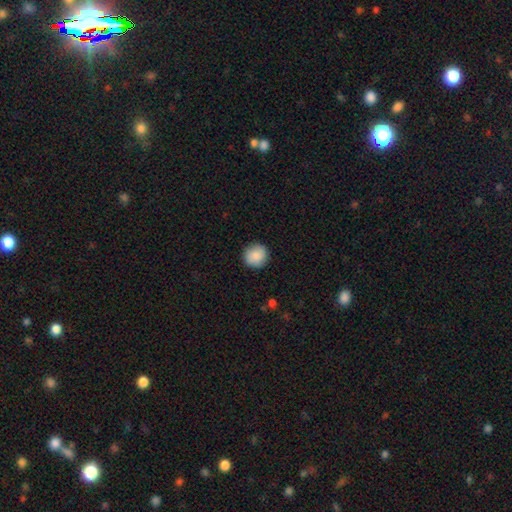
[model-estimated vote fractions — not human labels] This appears to be a smooth galaxy with no disk features (88%) that is round (93%). Merging: none (90%).